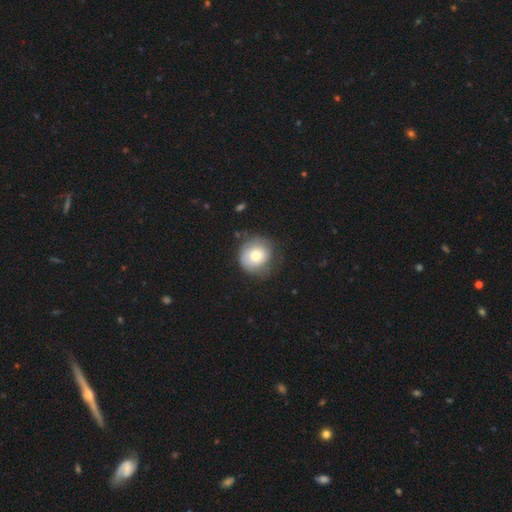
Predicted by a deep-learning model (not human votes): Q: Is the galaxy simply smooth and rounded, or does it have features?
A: smooth — 72%.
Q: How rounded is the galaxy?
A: round — 85%.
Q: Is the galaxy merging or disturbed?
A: none — 64%.